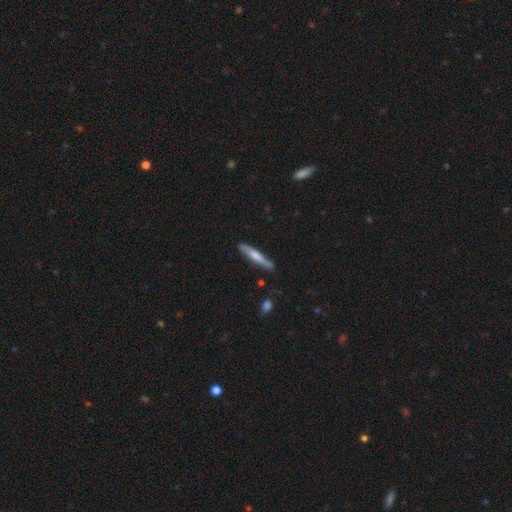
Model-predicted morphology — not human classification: A smooth galaxy with no disk features (49%).

Vote fractions:
- Smooth or featured? smooth: 49% / featured or disk: 46% / star or artifact: 5%
- Merging? none: 83% / minor disturbance: 13% / major disturbance: 2% / merger: 2%